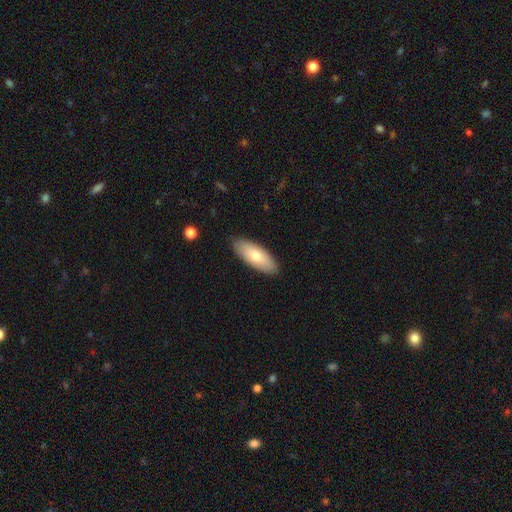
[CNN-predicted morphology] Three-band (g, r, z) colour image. It shows a smooth galaxy with no disk features (74%) that is in between round and cigar-shaped (75%). Merging: none (86%).